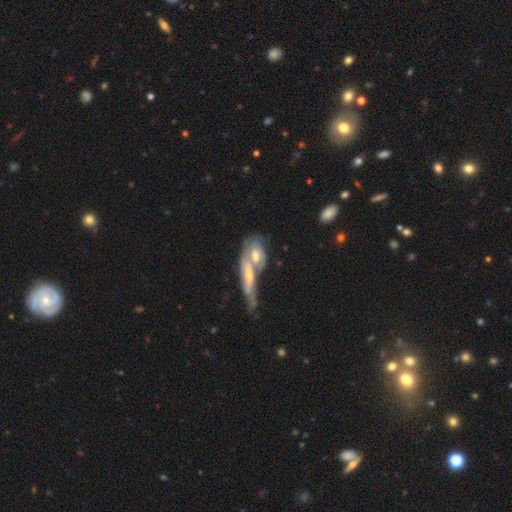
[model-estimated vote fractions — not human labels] This appears to be a featured or disk galaxy (57%). Merging: merger (66%).